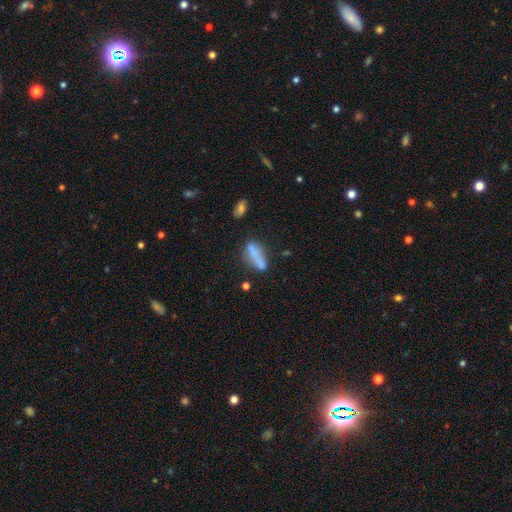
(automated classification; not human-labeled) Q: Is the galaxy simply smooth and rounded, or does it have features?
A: smooth — 65%.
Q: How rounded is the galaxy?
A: cigar-shaped — 59%.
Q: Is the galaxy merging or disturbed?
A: none — 53%.